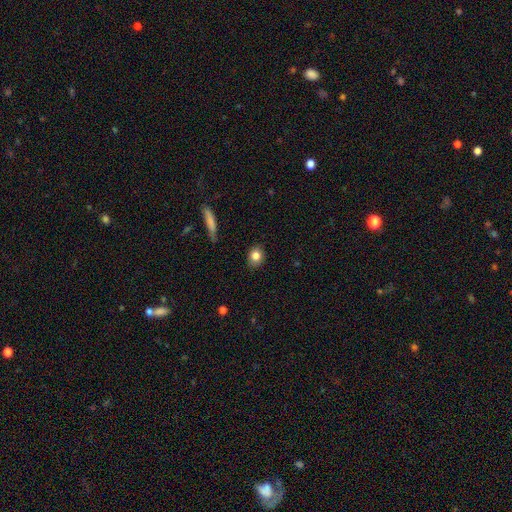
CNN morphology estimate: Smooth or featured? smooth (83%)
How rounded? round (61%)
Merging? none (87%)